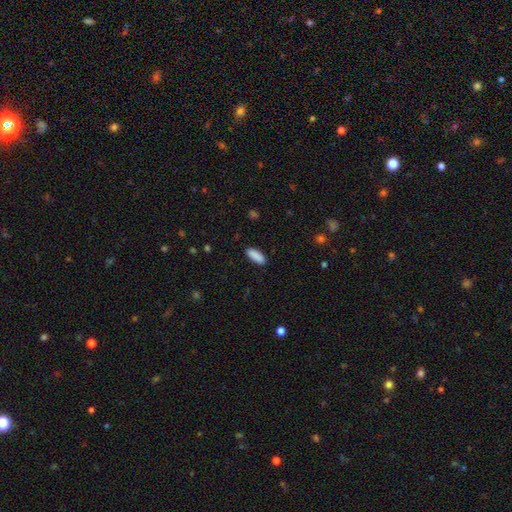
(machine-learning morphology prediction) smooth 90%, star or artifact 7%, featured or disk 3%. Down the decision tree: how rounded — in between (75%); merging — none (89%).